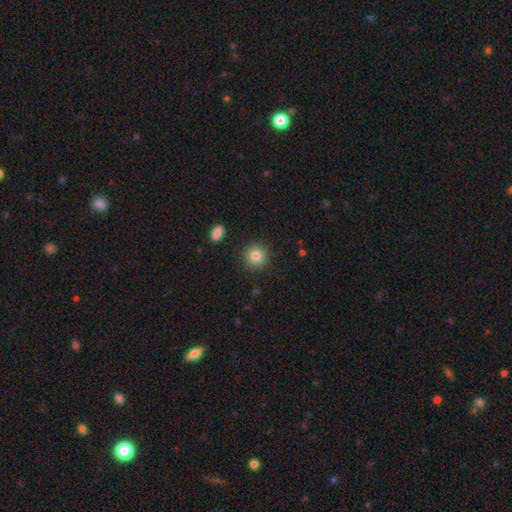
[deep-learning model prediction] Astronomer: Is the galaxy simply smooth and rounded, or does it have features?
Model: smooth — 83%.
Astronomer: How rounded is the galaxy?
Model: round — 92%.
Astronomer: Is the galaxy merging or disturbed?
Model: none — 90%.